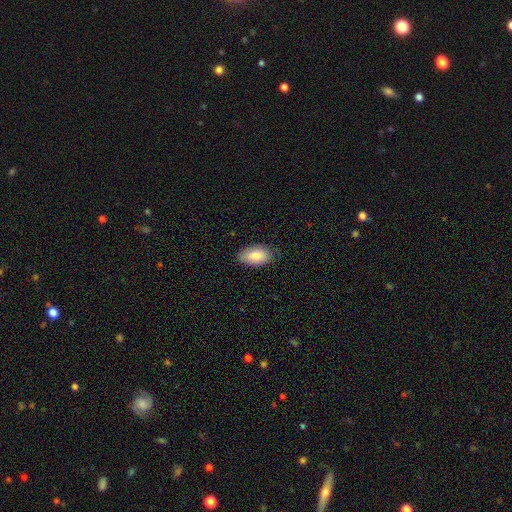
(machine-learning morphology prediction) smooth_or_featured: smooth (p=0.83) [alt: featured or disk p=0.10]
how_rounded: in between (p=0.93) [alt: round p=0.05]
merging: none (p=0.82) [alt: minor disturbance p=0.14]